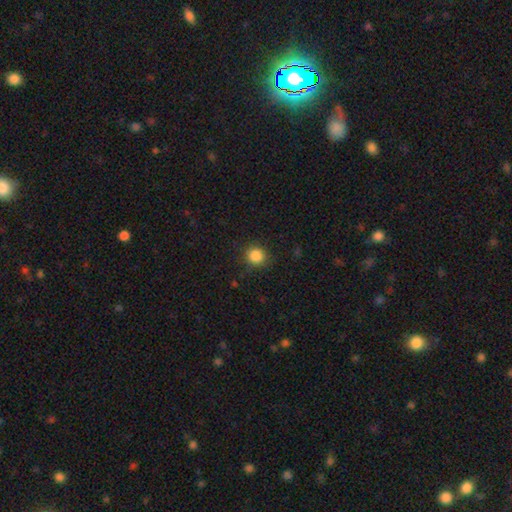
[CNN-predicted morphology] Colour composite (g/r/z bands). It shows a smooth galaxy with no disk features (86%) that is round (87%). Merging: none (86%).